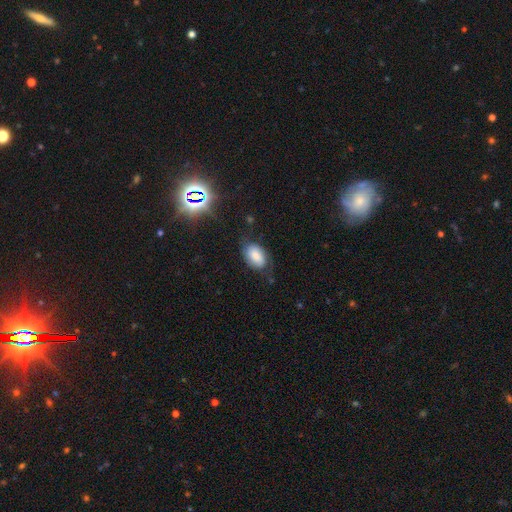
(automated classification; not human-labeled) Smooth or featured?
  - smooth: 72% *
  - featured or disk: 18%
  - star or artifact: 10%
How rounded?
  - in between: 89% *
  - round: 9%
  - cigar-shaped: 1%
Merging?
  - none: 57% *
  - minor disturbance: 30%
  - major disturbance: 12%
  - merger: 2%